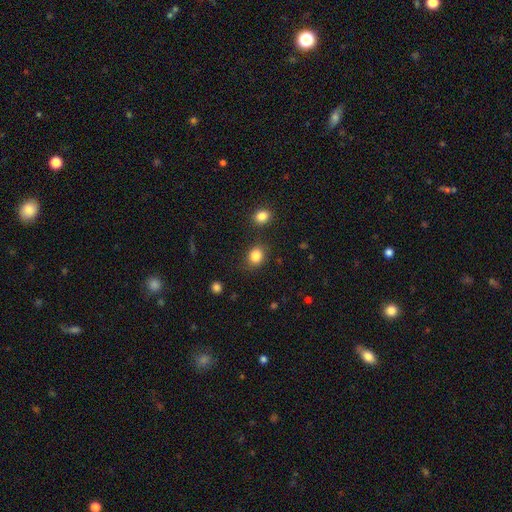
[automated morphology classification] Smooth or featured: smooth — 85% (star or artifact — 10%)
How rounded: round — 65% (in between — 34%)
Merging: none — 82% (minor disturbance — 11%)